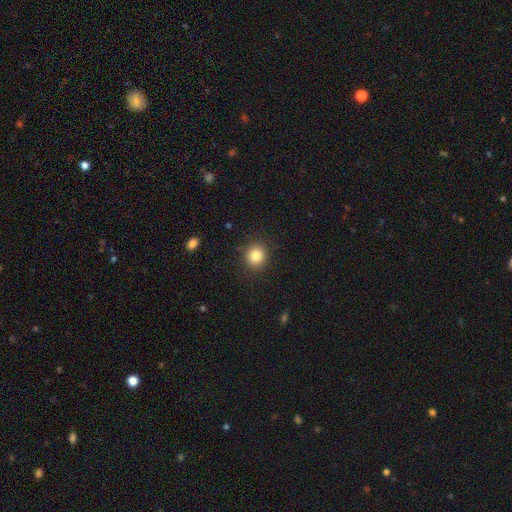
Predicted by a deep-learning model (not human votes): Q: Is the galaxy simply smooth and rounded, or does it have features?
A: smooth — 84%.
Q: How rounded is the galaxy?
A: round — 87%.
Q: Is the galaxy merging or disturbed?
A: none — 90%.